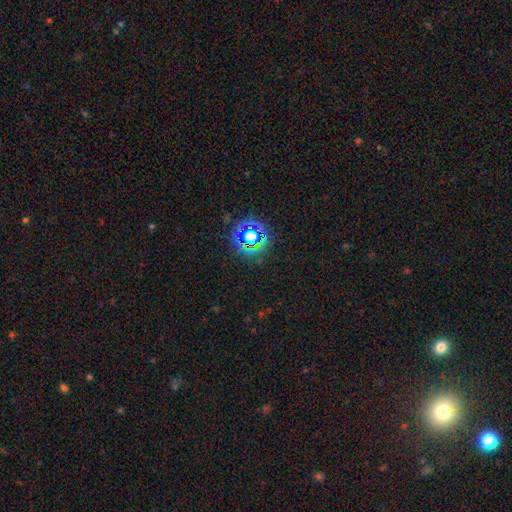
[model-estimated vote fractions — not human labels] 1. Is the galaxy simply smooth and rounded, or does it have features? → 76% star or artifact, 16% smooth, 8% featured or disk.